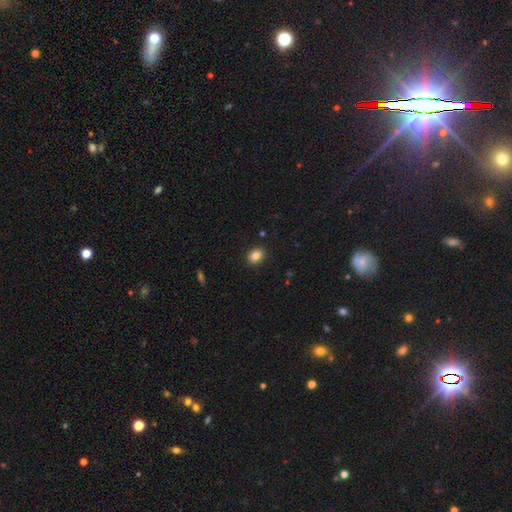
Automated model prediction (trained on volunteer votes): Smooth or featured? Predicted: smooth (p=0.85). How rounded? Predicted: in between (p=0.68). Merging? Predicted: none (p=0.90).